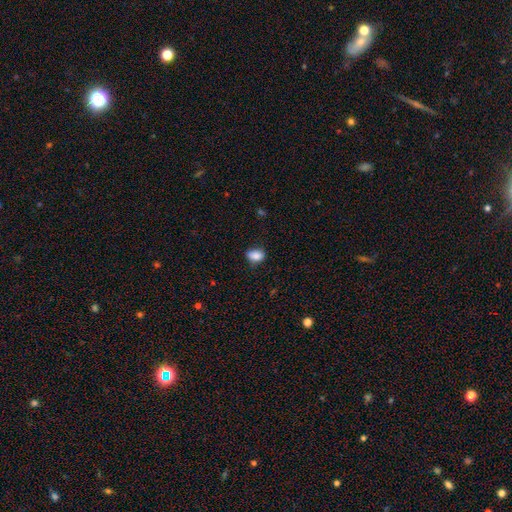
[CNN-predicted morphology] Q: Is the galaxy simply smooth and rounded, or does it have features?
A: smooth — 87%.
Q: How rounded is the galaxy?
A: in between — 73%.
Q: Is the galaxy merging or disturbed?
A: none — 76%.